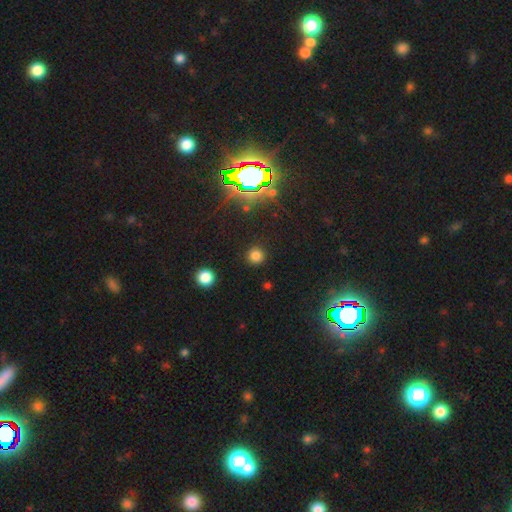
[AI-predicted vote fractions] Q: Smooth or featured?
A: smooth (73%); runner-up: star or artifact (22%)
Q: How rounded?
A: round (94%); runner-up: in between (5%)
Q: Merging?
A: none (90%); runner-up: minor disturbance (6%)